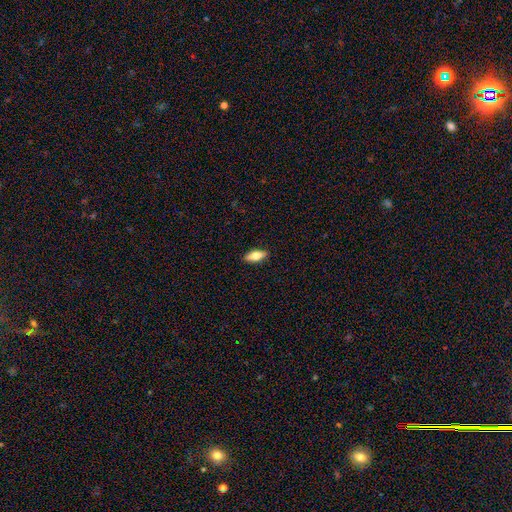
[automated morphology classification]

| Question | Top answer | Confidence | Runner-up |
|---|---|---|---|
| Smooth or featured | smooth | 69% | featured or disk (25%) |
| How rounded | in between | 76% | cigar-shaped (21%) |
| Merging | none | 90% | minor disturbance (8%) |